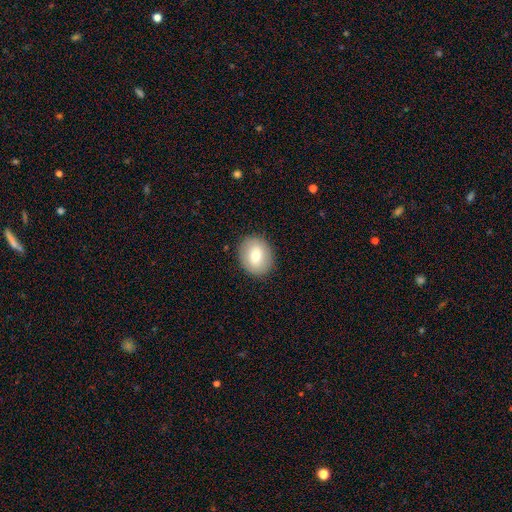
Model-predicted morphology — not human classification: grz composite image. It shows a smooth galaxy with no disk features (73%) that is round (58%). Merging: none (88%).